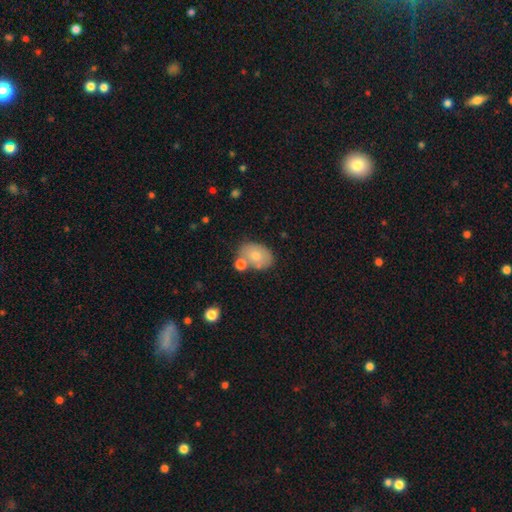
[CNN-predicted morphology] Q: Smooth or featured?
A: smooth (71%); runner-up: featured or disk (21%)
Q: How rounded?
A: in between (80%); runner-up: round (19%)
Q: Merging?
A: none (58%); runner-up: merger (18%)